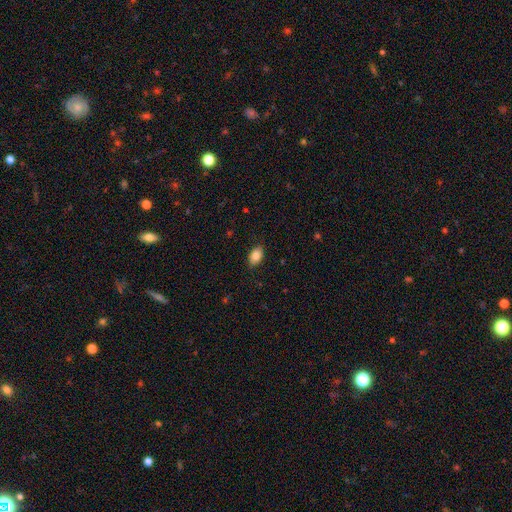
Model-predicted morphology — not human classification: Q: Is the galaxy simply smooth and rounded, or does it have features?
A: smooth — 84%.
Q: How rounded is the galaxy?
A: in between — 89%.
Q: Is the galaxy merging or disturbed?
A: none — 86%.